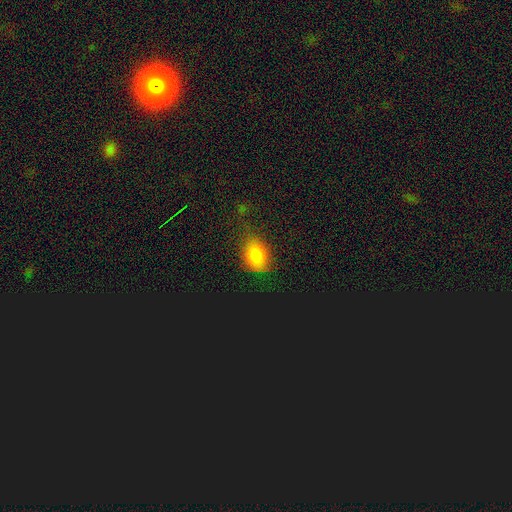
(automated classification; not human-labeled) This is likely a smooth galaxy (79%). How rounded: likely in between (69%). Merging: possibly none (58%).